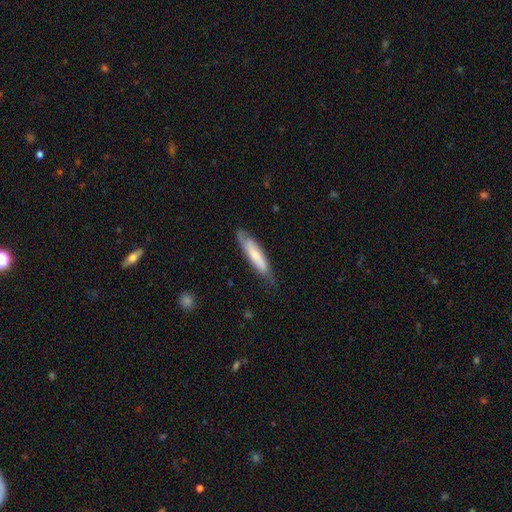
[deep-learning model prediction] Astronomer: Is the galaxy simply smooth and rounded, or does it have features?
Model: smooth — 62%.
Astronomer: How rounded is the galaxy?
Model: cigar-shaped — 81%.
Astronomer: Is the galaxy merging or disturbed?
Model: none — 71%.